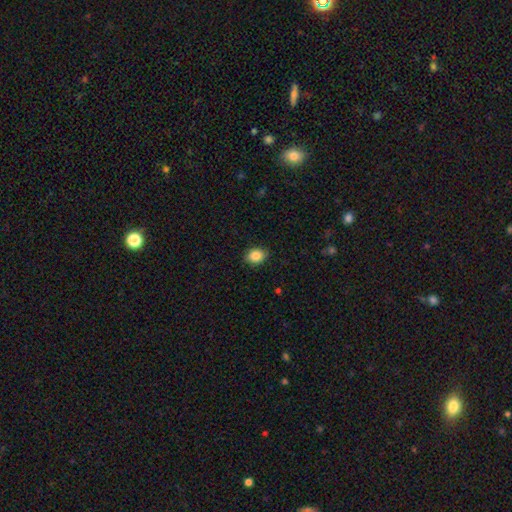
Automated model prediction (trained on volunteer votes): The model was most divided on "how rounded": in between: 55%, round: 44%, cigar-shaped: 1%. More confident: merging — none (87%); smooth or featured — smooth (85%).